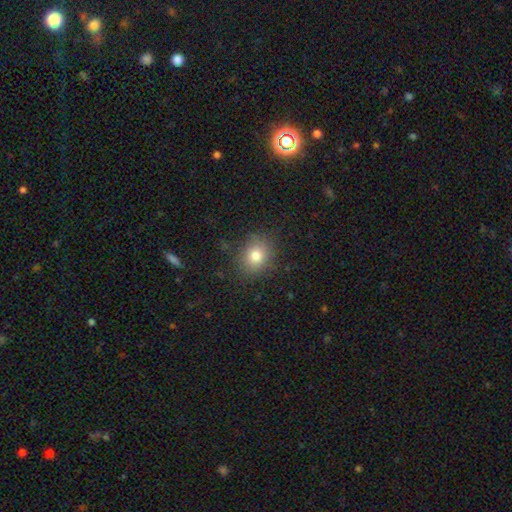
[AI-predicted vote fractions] This is likely a smooth galaxy (79%). How rounded: likely round (66%). Merging: clearly none (83%).